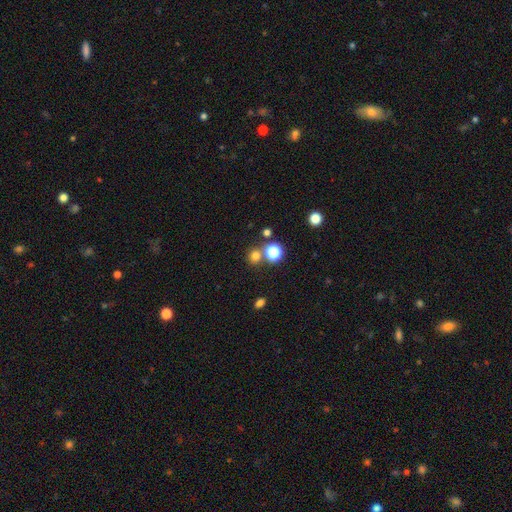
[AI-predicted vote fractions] smooth 71%, star or artifact 22%, featured or disk 6%. Down the decision tree: how rounded — round (88%); merging — none (70%).